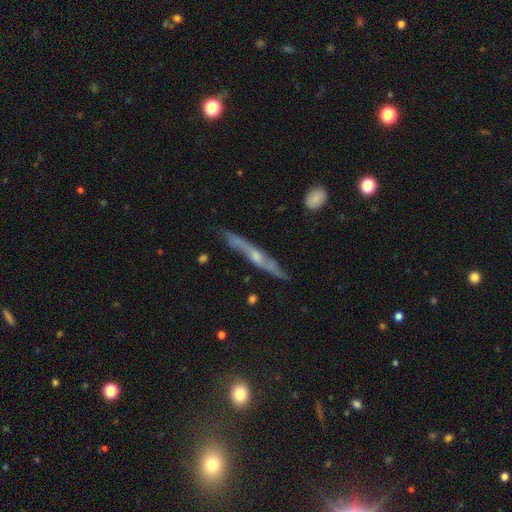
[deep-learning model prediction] Smooth or featured? featured or disk (72%)
Edge-on disk? yes (85%)
Edge-on bulge? rounded (63%)
Merging? none (78%)